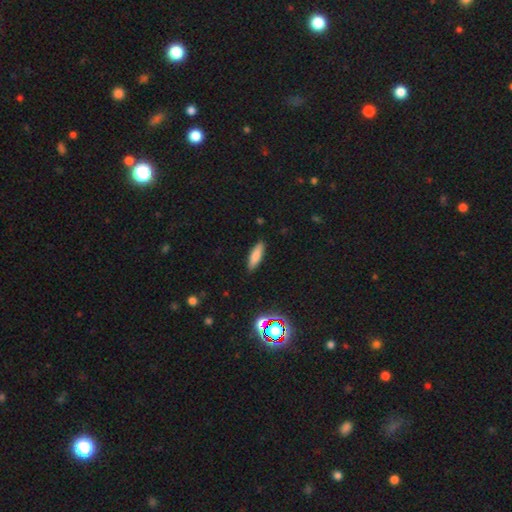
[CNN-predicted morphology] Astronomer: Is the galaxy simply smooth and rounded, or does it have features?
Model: smooth — 80%.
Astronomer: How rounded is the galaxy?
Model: cigar-shaped — 55% (runner-up: in between, 43%).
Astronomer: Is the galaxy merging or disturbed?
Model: none — 87%.